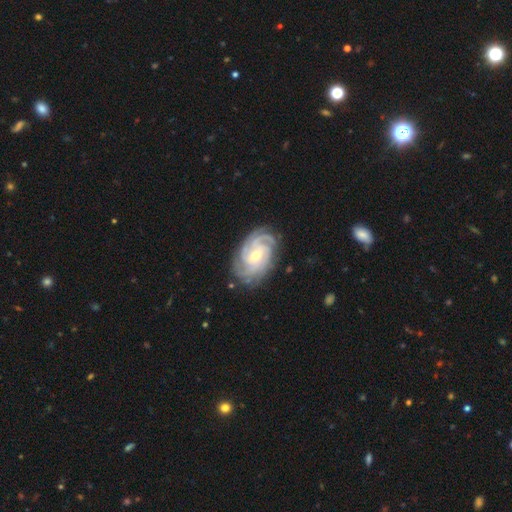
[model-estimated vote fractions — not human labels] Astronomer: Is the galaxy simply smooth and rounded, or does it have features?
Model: featured or disk — 90%.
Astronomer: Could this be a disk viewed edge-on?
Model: no — 97%.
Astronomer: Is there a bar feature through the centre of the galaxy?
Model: no — 54% (runner-up: weak, 36%).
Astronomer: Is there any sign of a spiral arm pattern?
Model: yes — 98%.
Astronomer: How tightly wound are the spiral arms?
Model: tight — 73%.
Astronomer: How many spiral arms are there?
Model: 4 — 34% (runner-up: 3, 21%).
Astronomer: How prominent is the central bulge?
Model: moderate — 52% (runner-up: small, 45%).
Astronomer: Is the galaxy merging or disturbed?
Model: none — 80%.